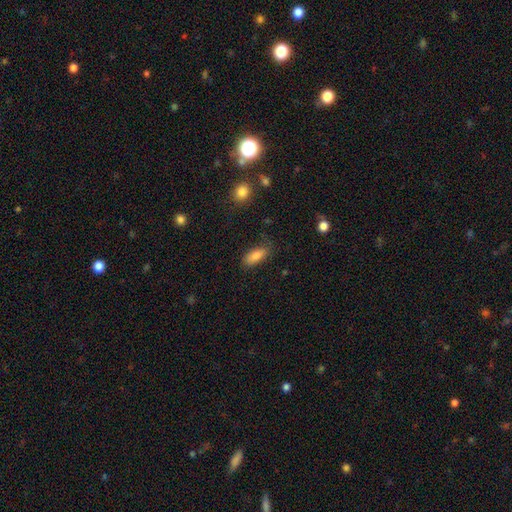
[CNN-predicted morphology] Smooth or featured? smooth (84%)
How rounded? in between (81%)
Merging? none (74%)